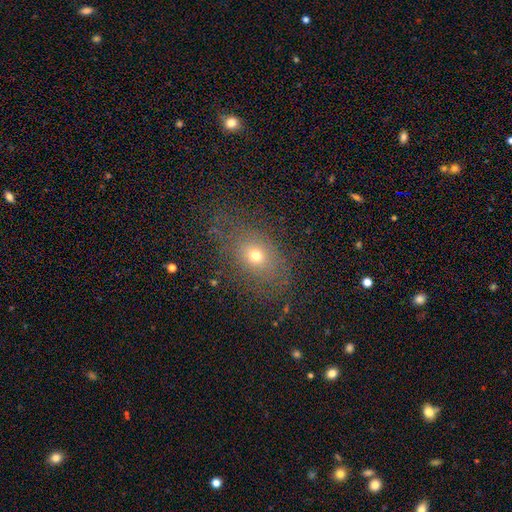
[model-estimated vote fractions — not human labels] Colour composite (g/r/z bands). It shows a smooth galaxy with no disk features (63%) that is in between round and cigar-shaped (59%). Merging: none (71%).